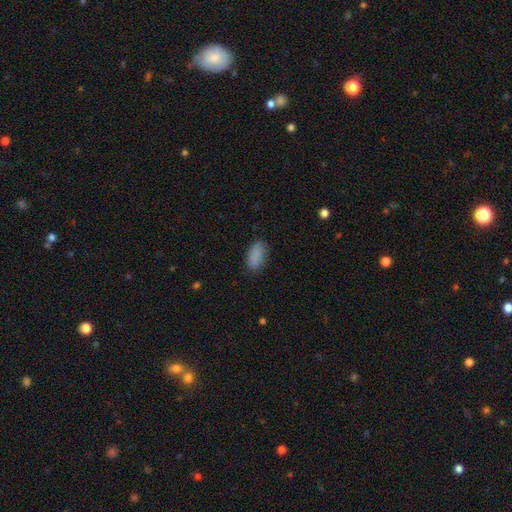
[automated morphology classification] type=smooth (88%); roundness=in between (91%); merging=none (83%).